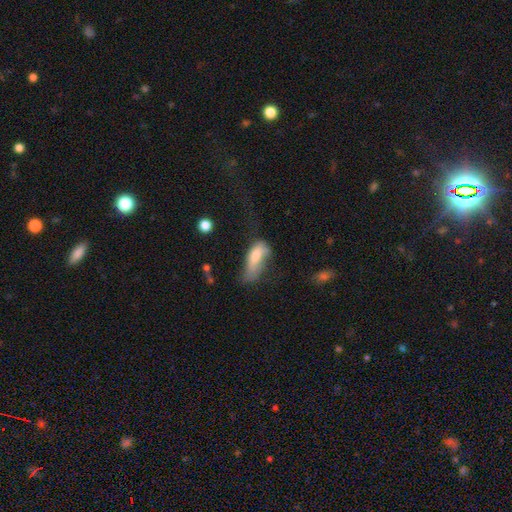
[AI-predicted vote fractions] This is likely a smooth galaxy (68%). How rounded: likely in between (75%). Merging: marginally major disturbance (39%).